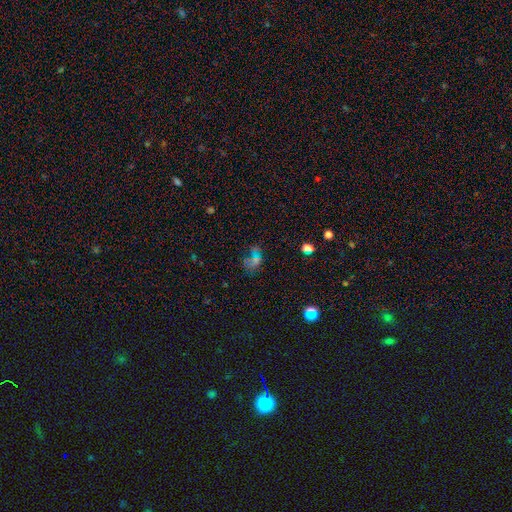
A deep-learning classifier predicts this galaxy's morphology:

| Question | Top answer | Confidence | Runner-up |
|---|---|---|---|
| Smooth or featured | smooth | 45% | star or artifact (33%) |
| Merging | none | 39% | merger (28%) |